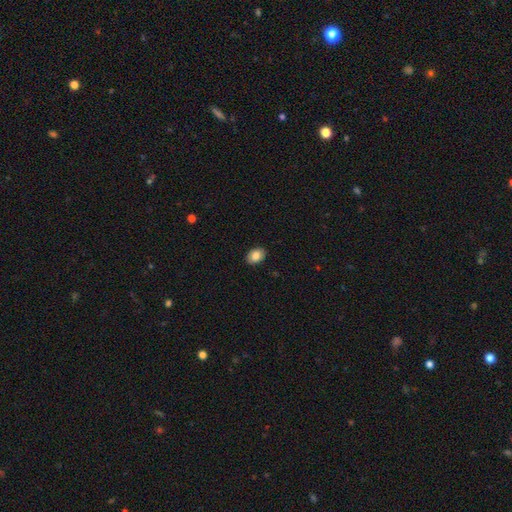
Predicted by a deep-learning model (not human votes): Smooth or featured? smooth (84%)
How rounded? in between (77%)
Merging? none (90%)